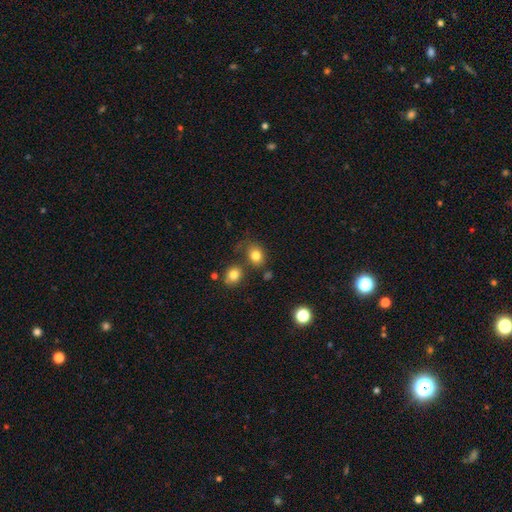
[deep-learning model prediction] The model was most divided on "how rounded": round: 54%, in between: 45%, cigar-shaped: 1%. More confident: smooth or featured — smooth (81%); merging — none (65%).